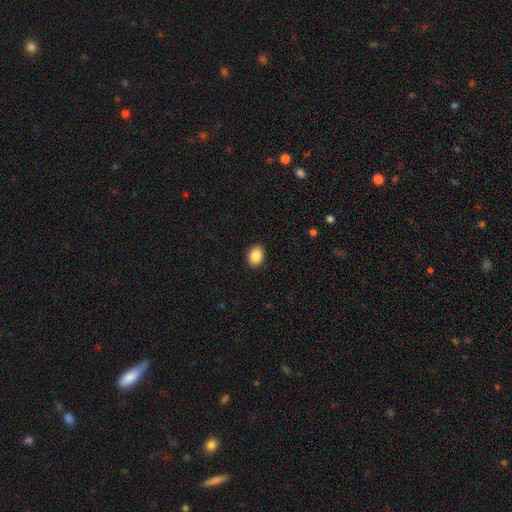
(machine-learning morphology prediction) Smooth or featured: smooth — 88% (star or artifact — 8%)
How rounded: in between — 70% (round — 30%)
Merging: none — 90% (minor disturbance — 7%)